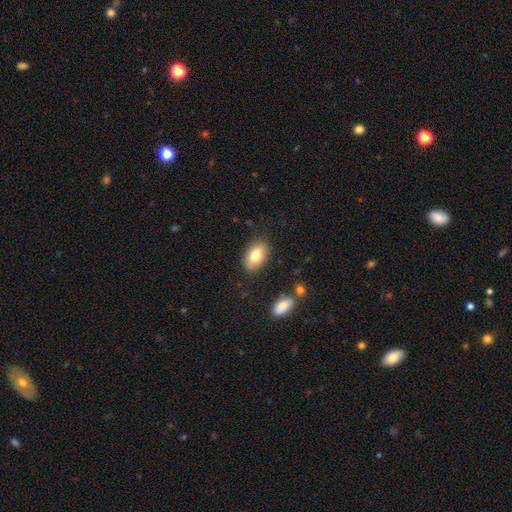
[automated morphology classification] This is likely a smooth galaxy (80%). How rounded: clearly in between (91%). Merging: clearly none (84%).